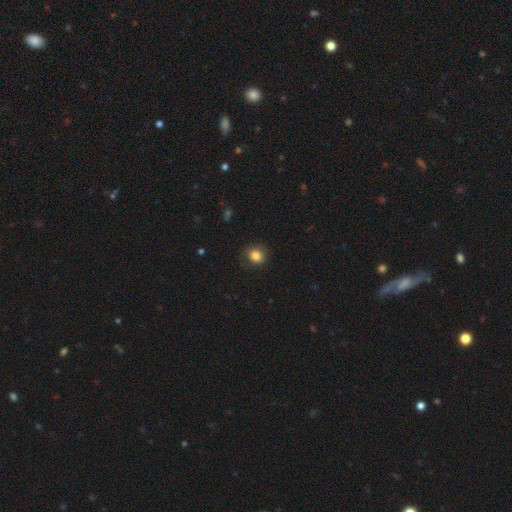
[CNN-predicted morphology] type=smooth (84%); roundness=round (79%); merging=none (85%).